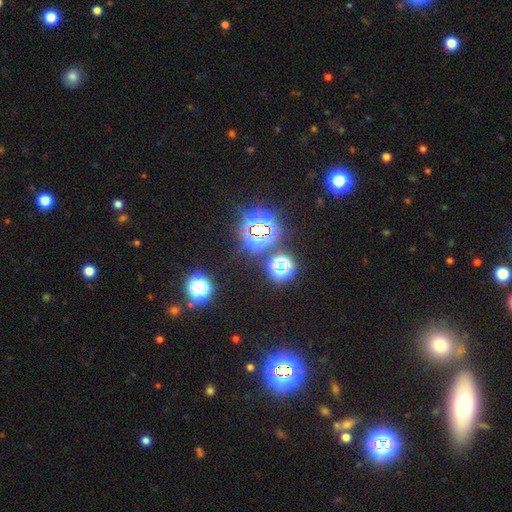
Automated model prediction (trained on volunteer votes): Q: Smooth or featured?
A: star or artifact (72%); runner-up: smooth (20%)